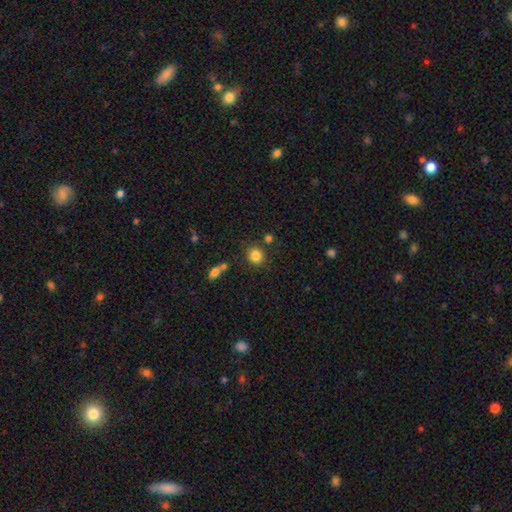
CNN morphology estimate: A smooth galaxy with no disk features (84%) that is round (81%). Merging: none (80%).